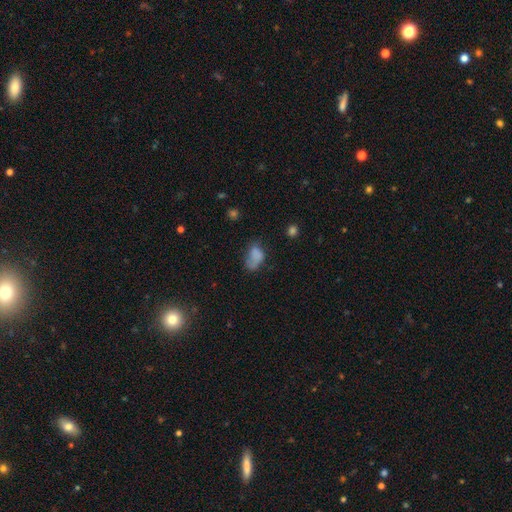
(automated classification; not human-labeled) The model was most divided on "merging": none: 34%, minor disturbance: 33%, major disturbance: 27%, merger: 6%. More confident: how rounded — in between (86%); smooth or featured — smooth (74%).